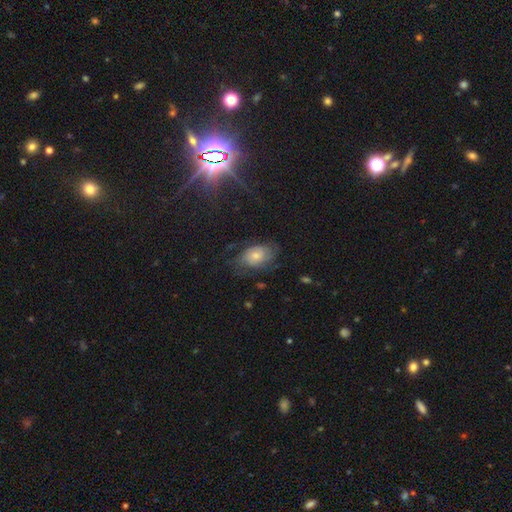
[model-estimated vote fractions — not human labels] A featured or disk galaxy (45%, tied with smooth). Merging: none (58%).